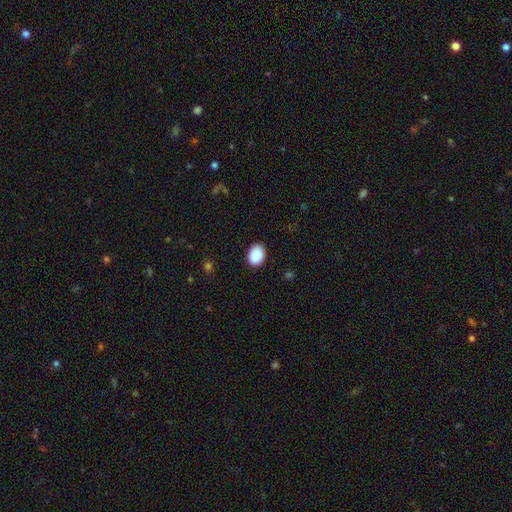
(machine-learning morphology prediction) Smooth or featured?
  - smooth: 90% *
  - star or artifact: 7%
  - featured or disk: 3%
How rounded?
  - in between: 67% *
  - round: 32%
  - cigar-shaped: 1%
Merging?
  - none: 88% *
  - minor disturbance: 9%
  - major disturbance: 2%
  - merger: 1%